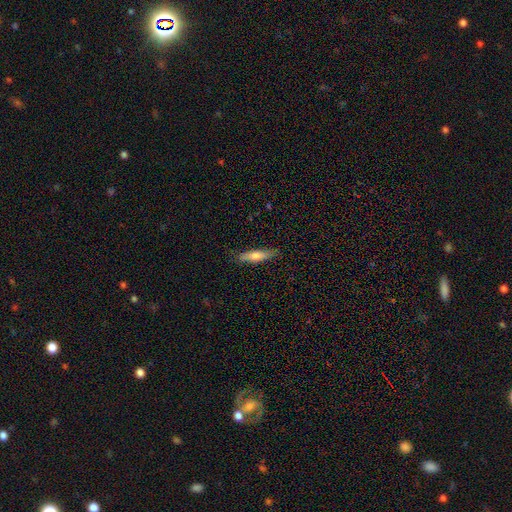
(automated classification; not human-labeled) smooth-or-featured: smooth: 63% | featured or disk: 31% | star or artifact: 6%
  how-rounded: cigar-shaped: 79% | in between: 20% | round: 2%
  merging: none: 85% | minor disturbance: 12% | major disturbance: 2% | merger: 1%